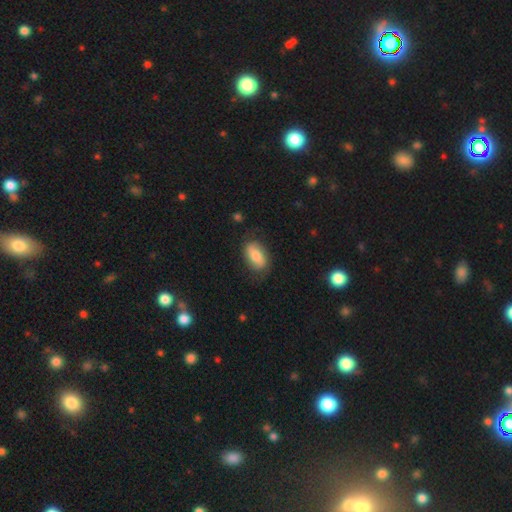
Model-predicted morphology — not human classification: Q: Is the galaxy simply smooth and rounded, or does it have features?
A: smooth — 69%.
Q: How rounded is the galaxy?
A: in between — 89%.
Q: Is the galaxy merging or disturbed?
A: none — 76%.